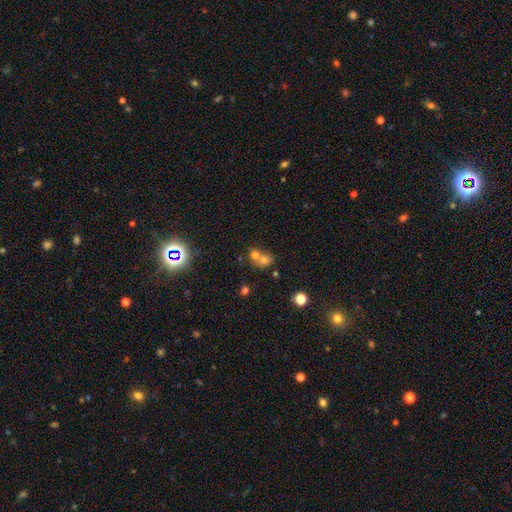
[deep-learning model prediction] Morphology: type=smooth (67%); roundness=round (63%); merging=merger (66%).